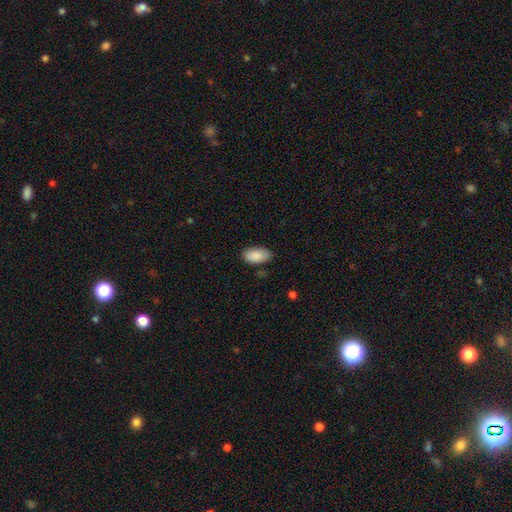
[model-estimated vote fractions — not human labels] Q: Smooth or featured?
A: smooth (88%); runner-up: star or artifact (6%)
Q: How rounded?
A: in between (94%); runner-up: cigar-shaped (3%)
Q: Merging?
A: none (80%); runner-up: minor disturbance (16%)